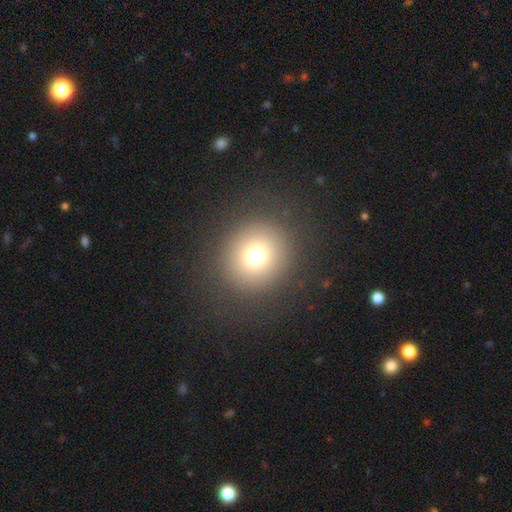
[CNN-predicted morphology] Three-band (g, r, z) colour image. It shows a smooth galaxy with no disk features (72%) that is round (90%). Merging: none (87%).